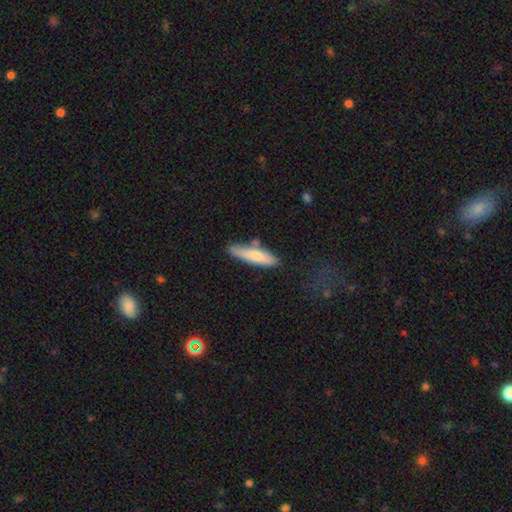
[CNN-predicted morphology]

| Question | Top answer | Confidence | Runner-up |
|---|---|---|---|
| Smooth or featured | smooth | 74% | featured or disk (20%) |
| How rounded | cigar-shaped | 76% | in between (23%) |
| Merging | none | 65% | minor disturbance (21%) |